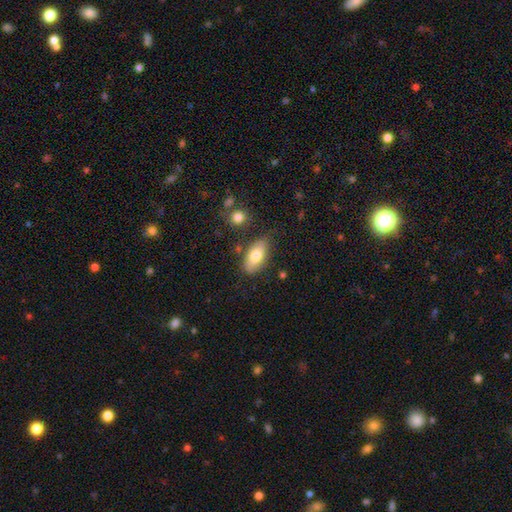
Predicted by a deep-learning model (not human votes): smooth 76%, featured or disk 17%, star or artifact 7%. Down the decision tree: how rounded — in between (90%); merging — none (77%).